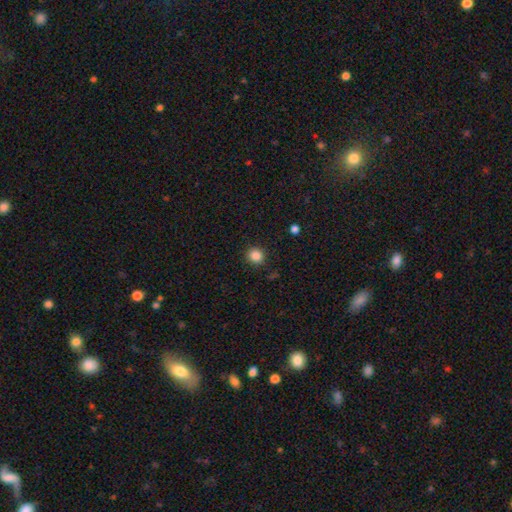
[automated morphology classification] type=smooth (85%); roundness=round (88%); merging=none (90%).